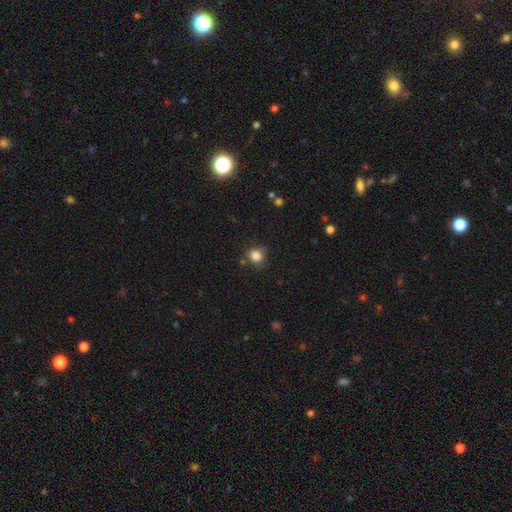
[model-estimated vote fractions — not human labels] Smooth or featured? Predicted: smooth (p=0.83). How rounded? Predicted: round (p=0.81). Merging? Predicted: none (p=0.72).